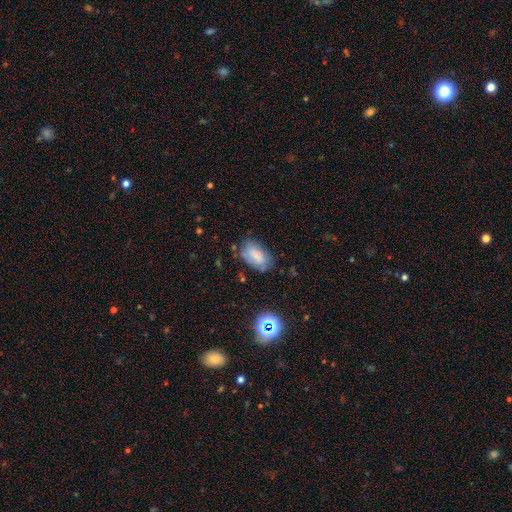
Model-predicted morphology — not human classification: Overall: smooth (72%). How rounded: in between (91%). Merging: none (65%).